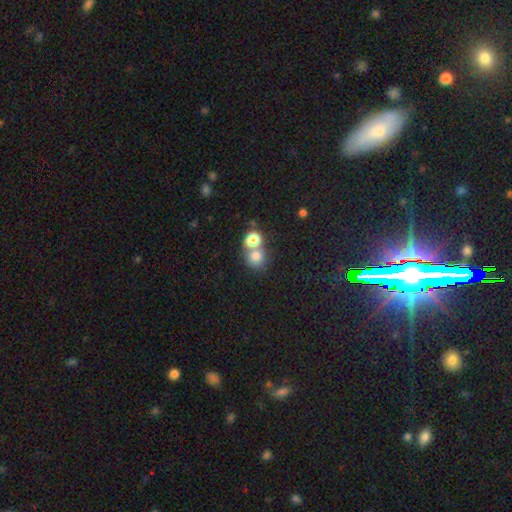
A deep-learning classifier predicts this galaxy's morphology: A smooth galaxy with no disk features (75%) that is round (80%). Merging: merger (52%).